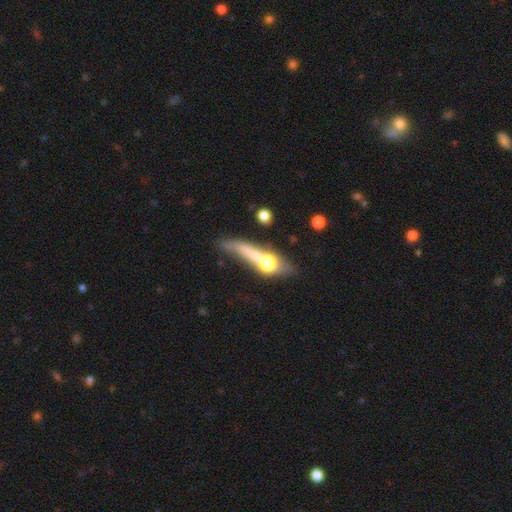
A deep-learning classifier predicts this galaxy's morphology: Smooth or featured? Predicted: smooth (p=0.49). Merging? Predicted: none (p=0.38).